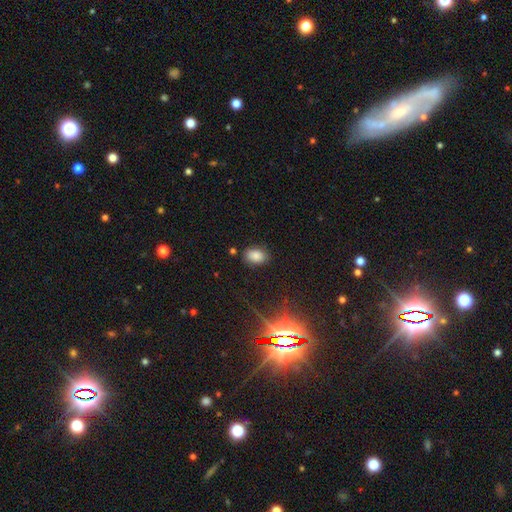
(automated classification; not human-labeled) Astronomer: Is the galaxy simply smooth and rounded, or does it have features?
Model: smooth — 82%.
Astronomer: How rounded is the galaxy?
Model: in between — 85%.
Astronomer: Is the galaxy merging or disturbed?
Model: none — 82%.